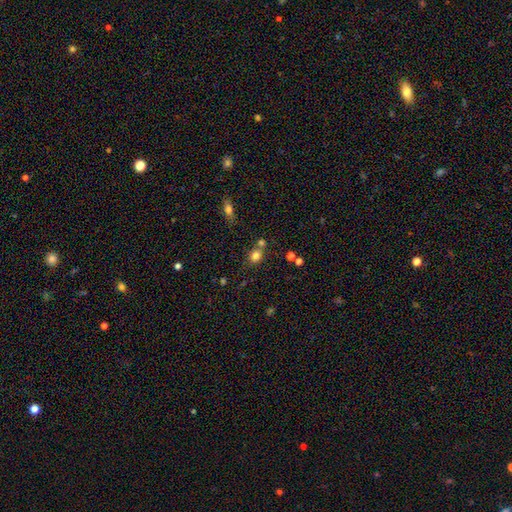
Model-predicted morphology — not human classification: Smooth or featured? Predicted: smooth (p=0.79). How rounded? Predicted: round (p=0.66). Merging? Predicted: none (p=0.58).